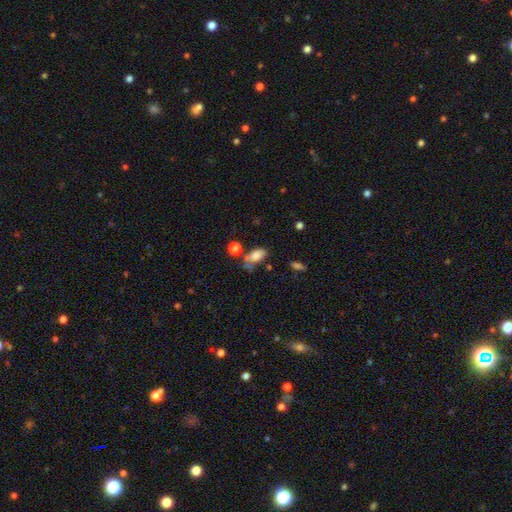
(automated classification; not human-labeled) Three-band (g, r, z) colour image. It shows a smooth galaxy with no disk features (78%) that is in between round and cigar-shaped (88%). Merging: none (38%).